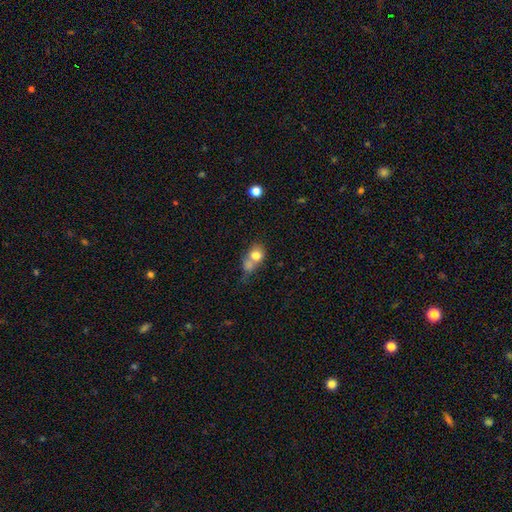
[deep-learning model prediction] This appears to be a smooth galaxy with no disk features (74%) that is round (58%). Merging: merger (57%).